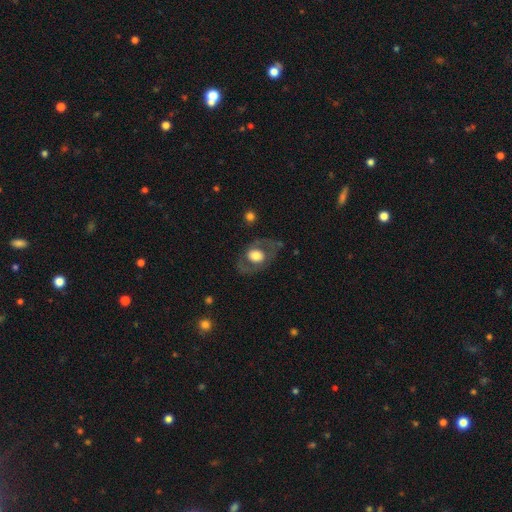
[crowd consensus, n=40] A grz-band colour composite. It shows a featured or disk galaxy (52%) with no bar (89%), no spiral arms (72%) and a large central bulge (44%, tied with moderate). Merging: none (71%).